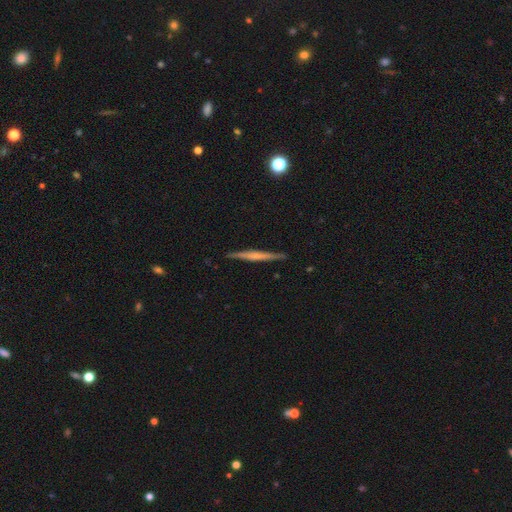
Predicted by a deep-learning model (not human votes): This appears to be a featured or disk galaxy (59%) viewed edge-on (97%) with no central bulge (49%). Merging: none (90%).